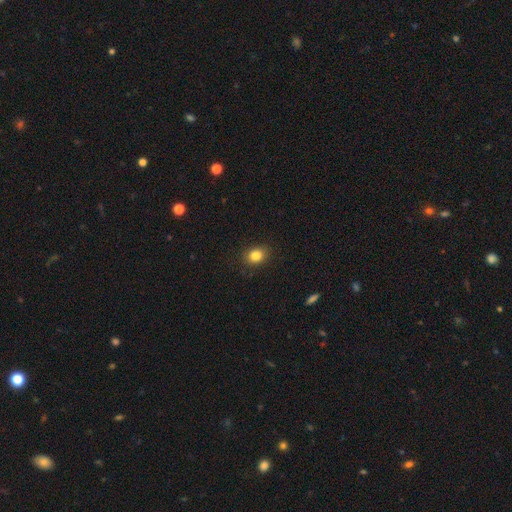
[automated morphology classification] Smooth or featured? Predicted: smooth (p=0.84). How rounded? Predicted: in between (p=0.51). Merging? Predicted: none (p=0.87).